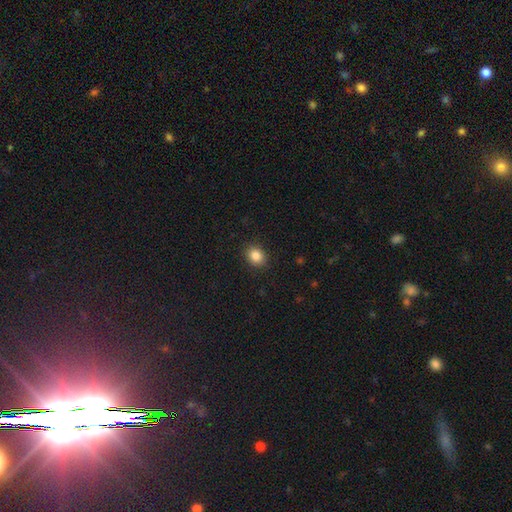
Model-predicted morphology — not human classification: The model was most divided on "how rounded": round: 56%, in between: 43%, cigar-shaped: 1%. More confident: merging — none (89%); smooth or featured — smooth (85%).